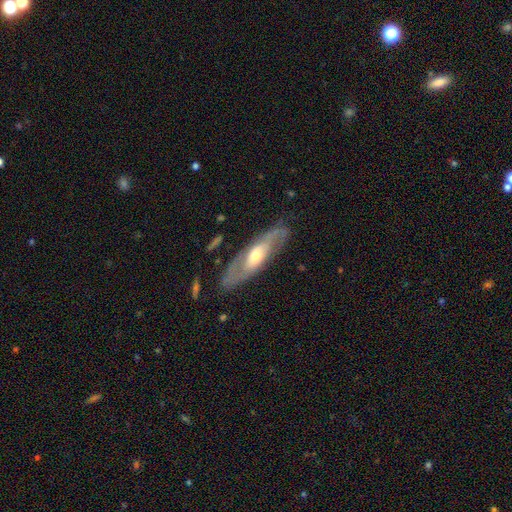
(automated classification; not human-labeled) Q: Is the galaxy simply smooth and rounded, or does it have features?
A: featured or disk — 71%.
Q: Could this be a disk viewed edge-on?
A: no — 73%.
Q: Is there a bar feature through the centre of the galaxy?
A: no — 57%.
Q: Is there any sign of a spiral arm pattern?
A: yes — 66%.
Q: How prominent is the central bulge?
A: moderate — 61%.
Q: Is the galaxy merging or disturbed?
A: none — 78%.